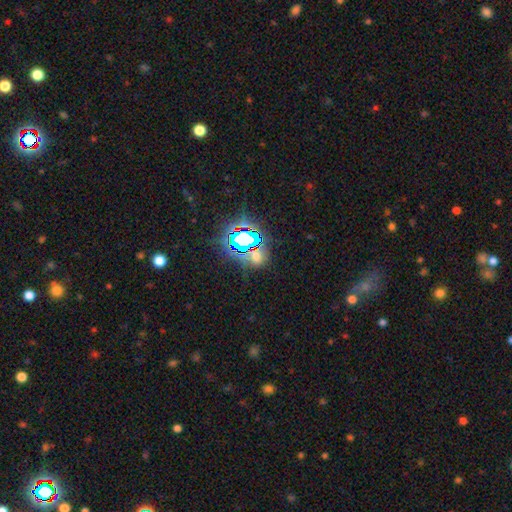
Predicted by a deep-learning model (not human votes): smooth-or-featured: star or artifact: 63% | smooth: 28% | featured or disk: 9%